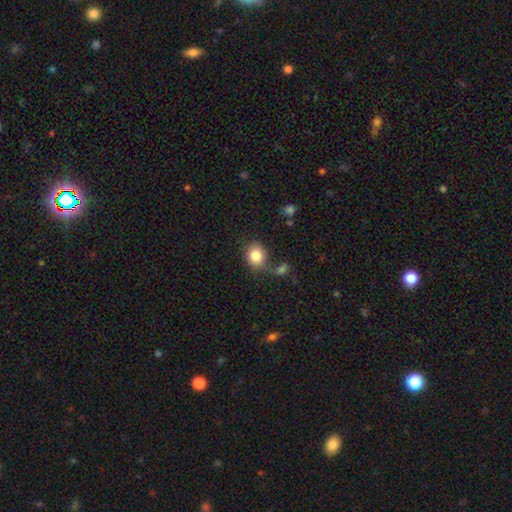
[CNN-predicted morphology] smooth 83%, star or artifact 9%, featured or disk 8%. Down the decision tree: how rounded — round (67%); merging — none (62%).